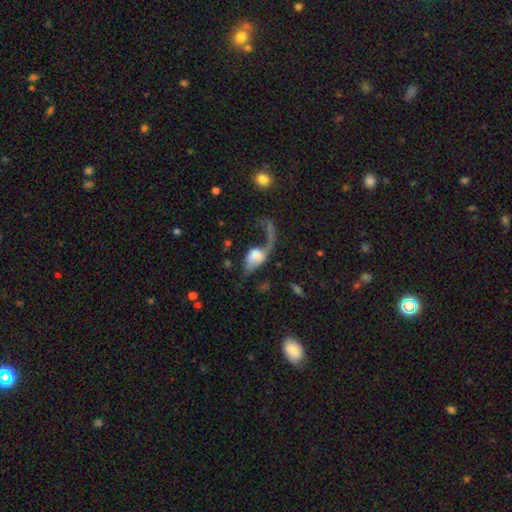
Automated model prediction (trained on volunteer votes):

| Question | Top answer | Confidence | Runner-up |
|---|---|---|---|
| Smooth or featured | featured or disk | 57% | smooth (34%) |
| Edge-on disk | no | 94% | yes (6%) |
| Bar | no | 66% | weak (25%) |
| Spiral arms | yes | 74% | no (26%) |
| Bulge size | large | 31% | none (22%) |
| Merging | major disturbance | 57% | none (20%) |